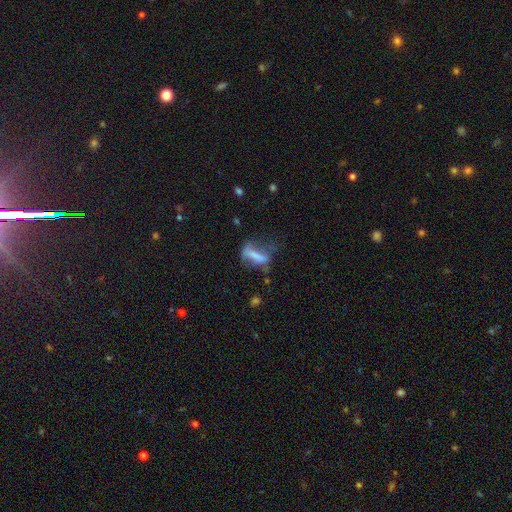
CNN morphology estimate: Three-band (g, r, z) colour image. It shows a smooth galaxy with no disk features (52%) that is in between round and cigar-shaped (48%). Merging: major disturbance (40%).